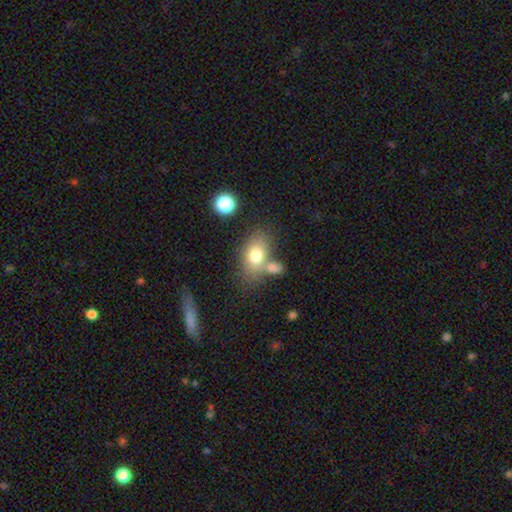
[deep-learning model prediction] This appears to be a smooth galaxy with no disk features (74%) that is in between round and cigar-shaped (83%). Merging: none (50%).